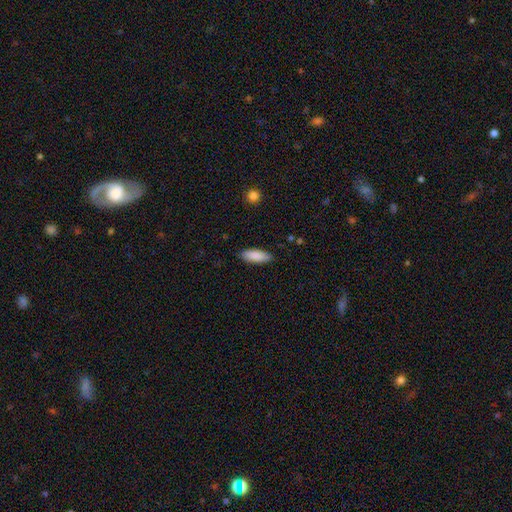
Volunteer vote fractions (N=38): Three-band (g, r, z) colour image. It shows a smooth galaxy with no disk features (89%) that is in between round and cigar-shaped (74%). Merging: none (89%).